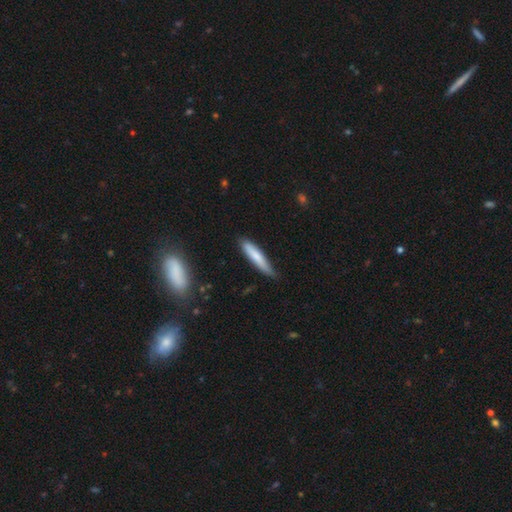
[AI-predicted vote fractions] Smooth or featured? smooth (75%)
How rounded? cigar-shaped (88%)
Merging? none (76%)